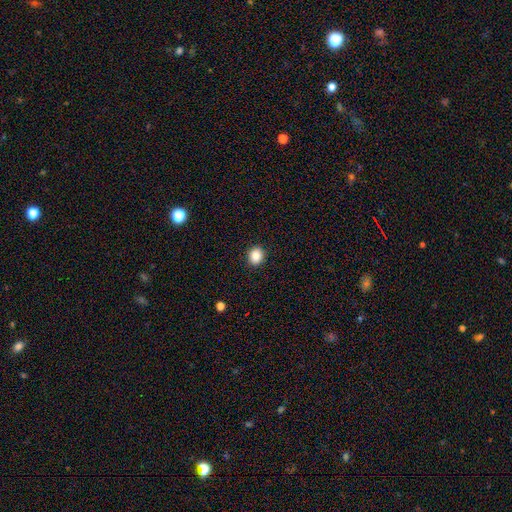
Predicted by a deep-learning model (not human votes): Smooth or featured? Predicted: smooth (p=0.86). How rounded? Predicted: round (p=0.80). Merging? Predicted: none (p=0.92).